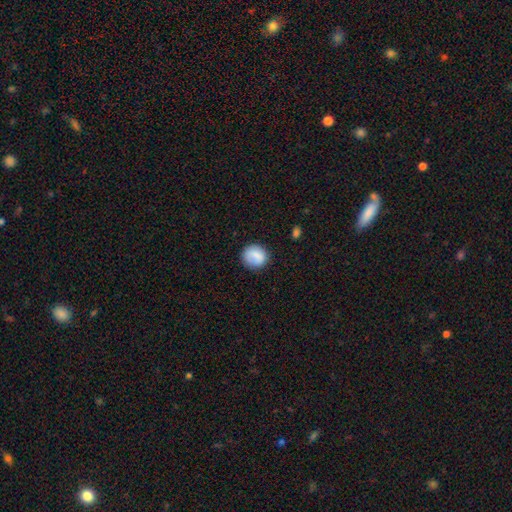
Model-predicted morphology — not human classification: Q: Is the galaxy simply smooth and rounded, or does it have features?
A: smooth — 82%.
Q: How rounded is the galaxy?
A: round — 85%.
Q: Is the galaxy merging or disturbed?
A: none — 81%.